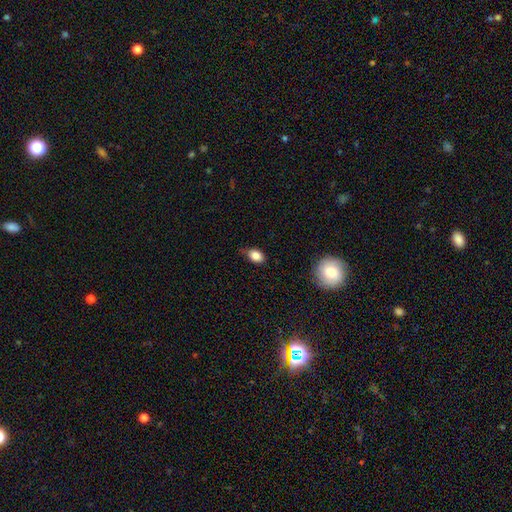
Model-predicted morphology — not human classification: type=smooth (85%); roundness=in between (80%); merging=none (62%).